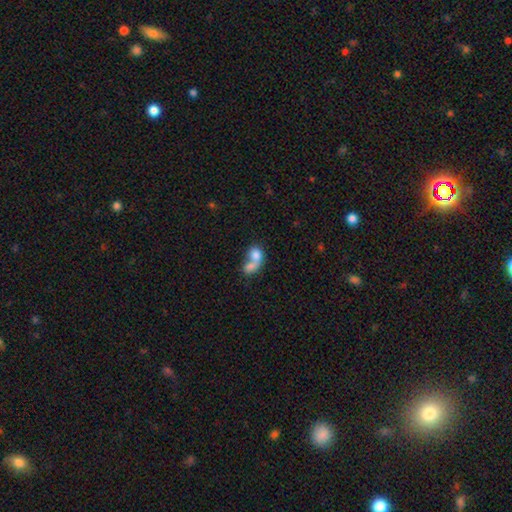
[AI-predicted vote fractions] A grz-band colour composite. It shows a smooth galaxy with no disk features (74%) that is in between round and cigar-shaped (64%). Merging: merger (76%).